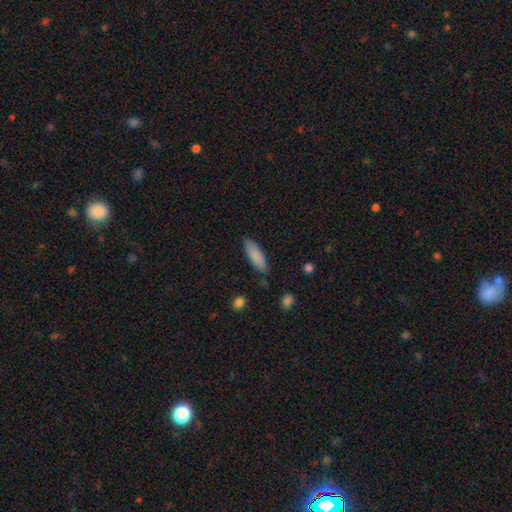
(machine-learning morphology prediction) smooth_or_featured: smooth (p=0.86) [alt: featured or disk p=0.08]
how_rounded: in between (p=0.56) [alt: cigar-shaped p=0.42]
merging: none (p=0.82) [alt: minor disturbance p=0.14]